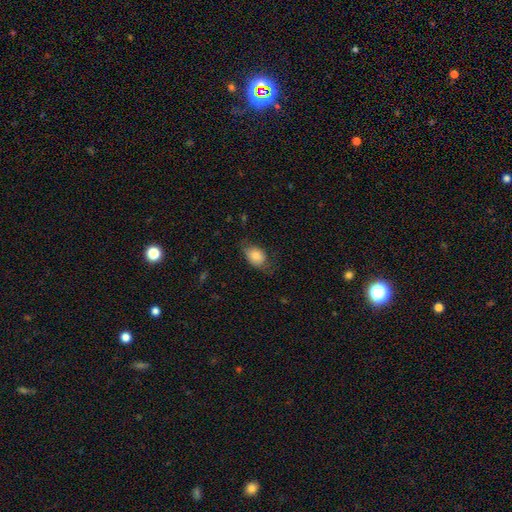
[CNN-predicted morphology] Overall: smooth (77%). How rounded: in between (79%). Merging: none (59%; minor disturbance 28%).